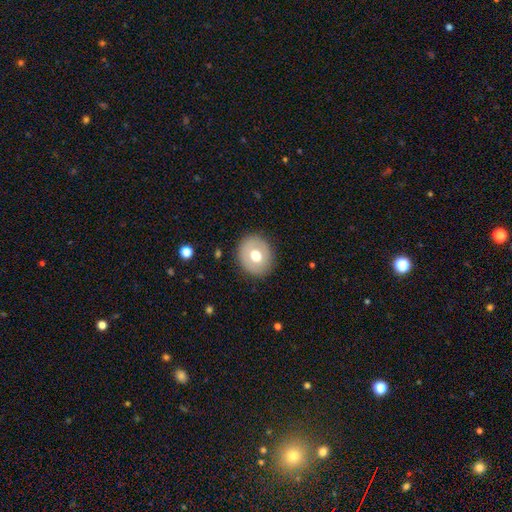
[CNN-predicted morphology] A smooth galaxy with no disk features (66%) that is round (74%). Merging: none (87%).